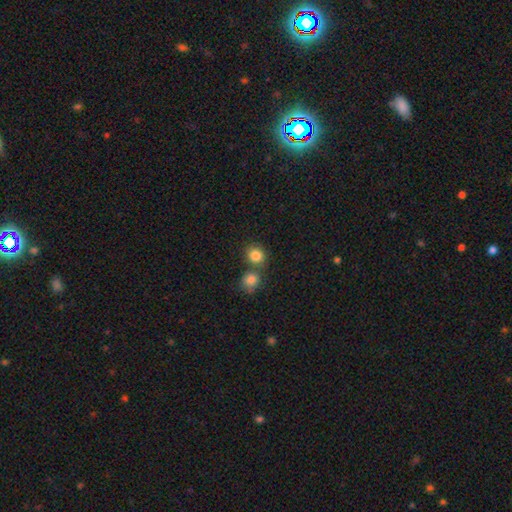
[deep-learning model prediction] Q: Smooth or featured?
A: smooth (84%); runner-up: star or artifact (10%)
Q: How rounded?
A: round (79%); runner-up: in between (20%)
Q: Merging?
A: none (58%); runner-up: merger (31%)